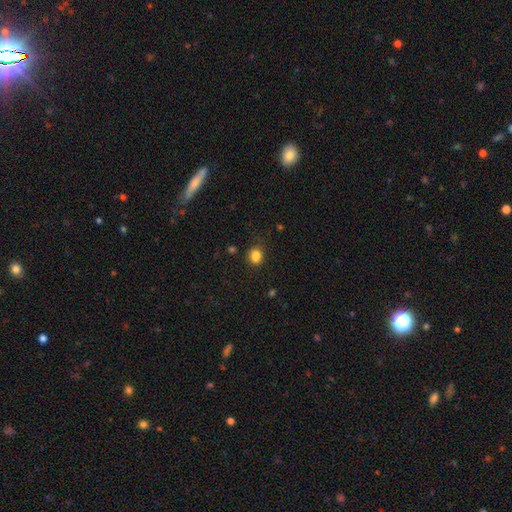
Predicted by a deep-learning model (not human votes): smooth_or_featured: smooth (p=0.85) [alt: star or artifact p=0.11]
how_rounded: round (p=0.55) [alt: in between p=0.44]
merging: none (p=0.74) [alt: minor disturbance p=0.18]